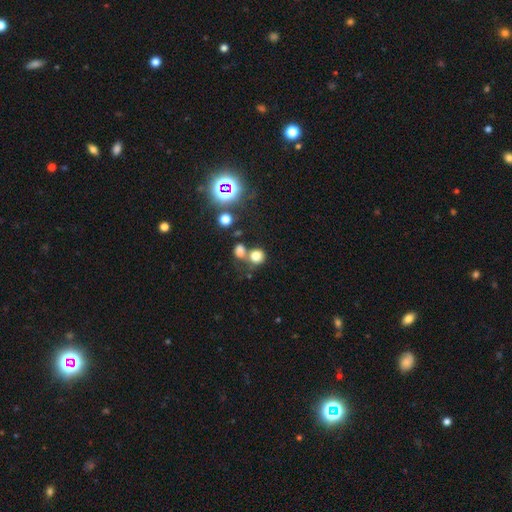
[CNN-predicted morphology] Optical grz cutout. It shows a smooth galaxy with no disk features (75%) that is round (81%). Merging: none (51%).